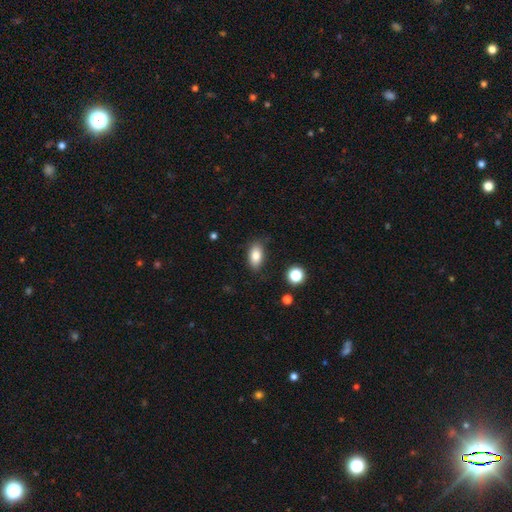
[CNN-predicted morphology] Smooth or featured: smooth — 83% (featured or disk — 9%)
How rounded: in between — 90% (round — 6%)
Merging: none — 80% (minor disturbance — 15%)